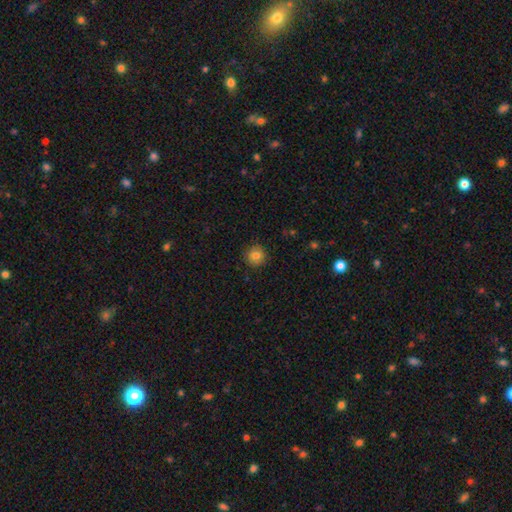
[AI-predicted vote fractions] smooth_or_featured: smooth (p=0.82) [alt: star or artifact p=0.10]
how_rounded: round (p=0.94) [alt: in between p=0.05]
merging: none (p=0.89) [alt: minor disturbance p=0.08]